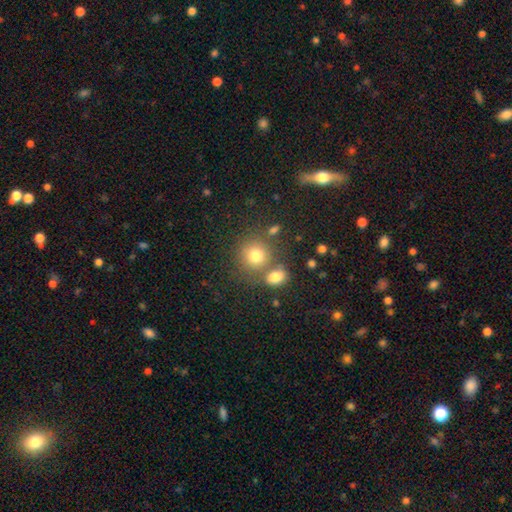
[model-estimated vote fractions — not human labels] A smooth galaxy with no disk features (77%) that is round (84%).

Vote fractions:
- Smooth or featured? smooth: 77% / star or artifact: 13% / featured or disk: 10%
- How rounded? round: 84% / in between: 15% / cigar-shaped: 1%
- Merging? none: 63% / merger: 23% / minor disturbance: 10% / major disturbance: 4%